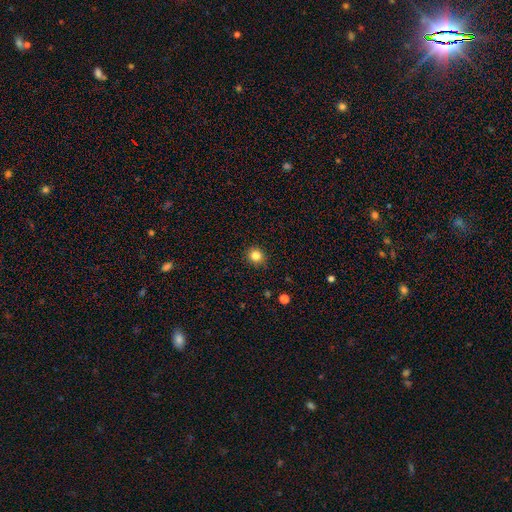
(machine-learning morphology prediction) Smooth or featured? smooth (83%)
How rounded? round (86%)
Merging? none (88%)